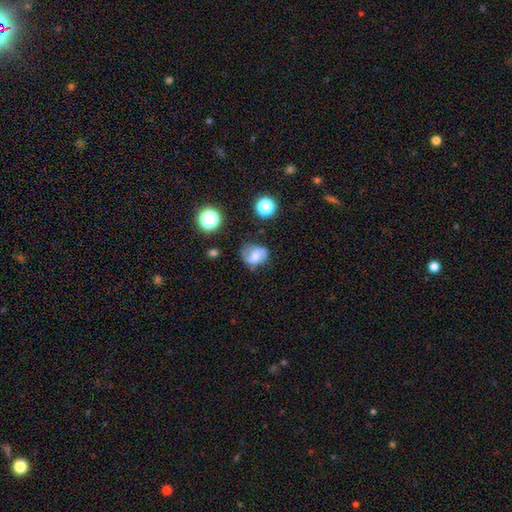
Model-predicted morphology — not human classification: type=smooth (49%); merging=none (53%).